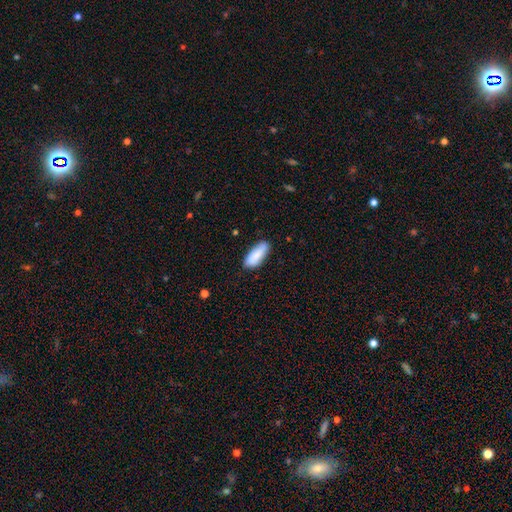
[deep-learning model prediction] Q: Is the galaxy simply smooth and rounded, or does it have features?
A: smooth — 86%.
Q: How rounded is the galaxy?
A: in between — 74%.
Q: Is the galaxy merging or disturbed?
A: none — 80%.